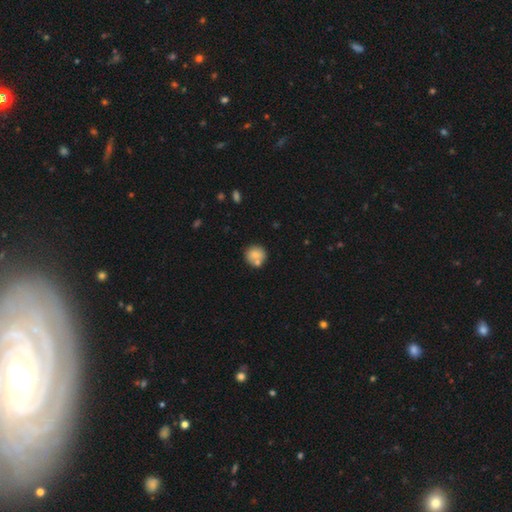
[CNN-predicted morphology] smooth 77%, featured or disk 14%, star or artifact 9%. Down the decision tree: how rounded — round (89%); merging — none (60%).